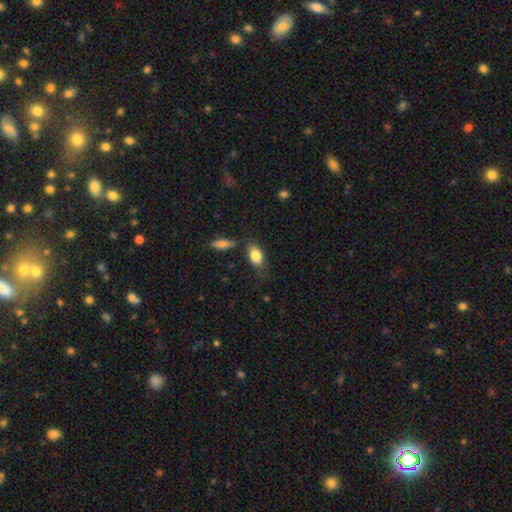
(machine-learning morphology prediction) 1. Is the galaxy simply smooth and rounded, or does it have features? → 82% smooth, 11% featured or disk, 7% star or artifact.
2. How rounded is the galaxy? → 88% in between, 7% round, 5% cigar-shaped.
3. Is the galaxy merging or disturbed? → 68% none, 20% minor disturbance, 6% merger, 6% major disturbance.